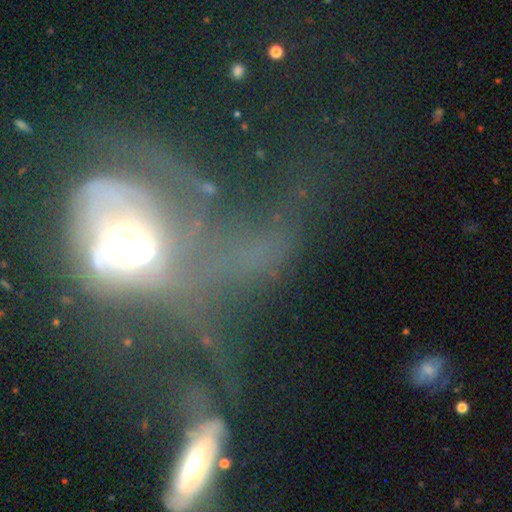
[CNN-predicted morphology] The model was most divided on "spiral arms": yes: 51%, no: 49%. Remaining: edge-on disk — no (92%); bar — no (71%); smooth or featured — featured or disk (62%); merging — major disturbance (55%); bulge size — moderate (41%).